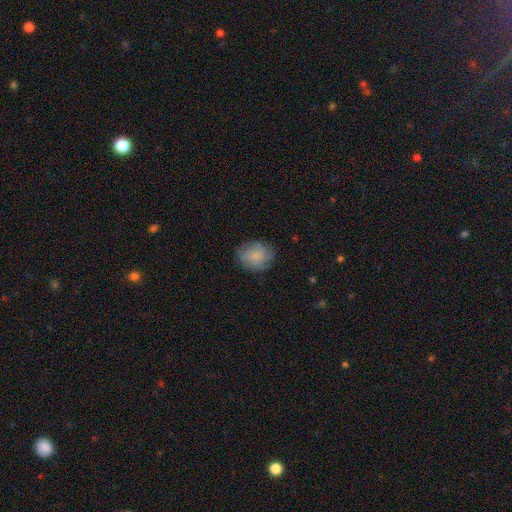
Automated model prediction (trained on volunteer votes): smooth 73%, featured or disk 19%, star or artifact 8%. Down the decision tree: how rounded — round (55%); merging — none (74%).